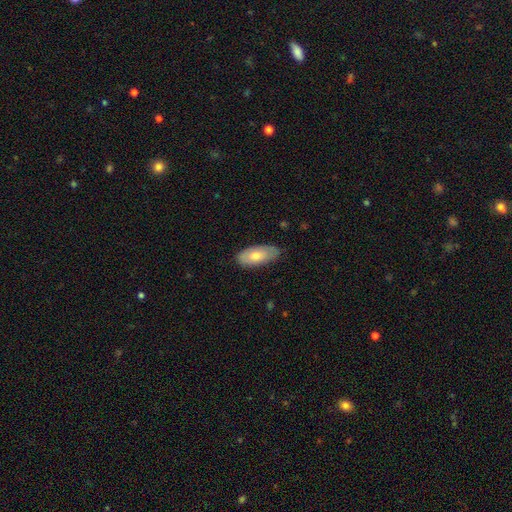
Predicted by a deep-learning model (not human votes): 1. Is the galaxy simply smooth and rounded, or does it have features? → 69% smooth, 25% featured or disk, 6% star or artifact.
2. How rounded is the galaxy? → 88% in between, 9% cigar-shaped, 2% round.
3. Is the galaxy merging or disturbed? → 79% none, 17% minor disturbance, 3% major disturbance, 1% merger.